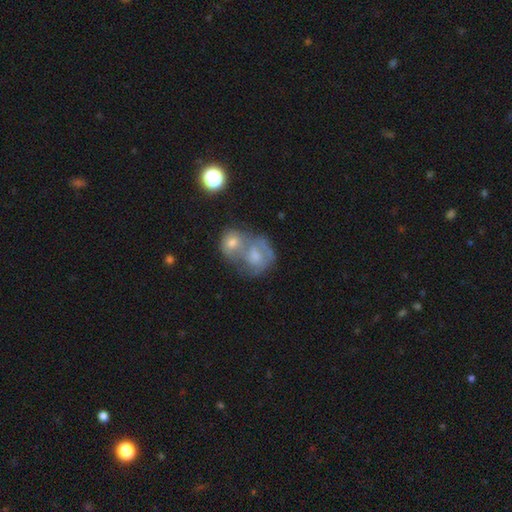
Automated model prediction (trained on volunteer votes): Smooth or featured? featured or disk (48%)
Merging? merger (69%)